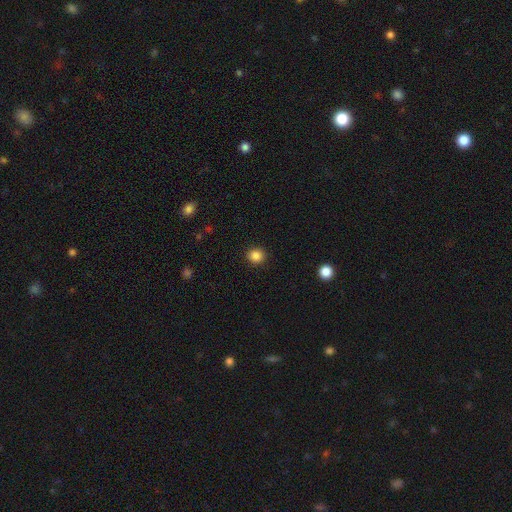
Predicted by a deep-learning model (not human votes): This appears to be a smooth galaxy with no disk features (86%) that is round (87%). Merging: none (91%).